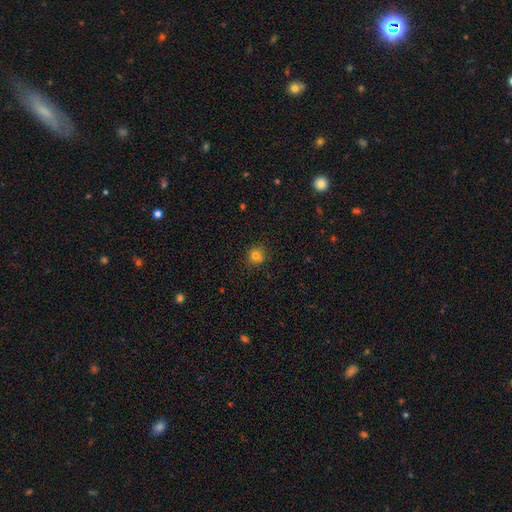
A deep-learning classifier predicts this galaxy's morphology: smooth-or-featured: smooth: 76% | star or artifact: 16% | featured or disk: 9%
  how-rounded: round: 83% | in between: 16% | cigar-shaped: 1%
  merging: none: 76% | minor disturbance: 11% | merger: 10% | major disturbance: 3%